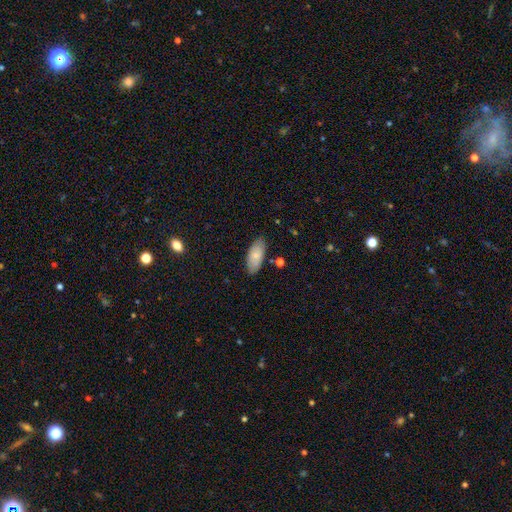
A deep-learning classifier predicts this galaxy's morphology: smooth_or_featured: smooth (p=0.79) [alt: featured or disk p=0.15]
how_rounded: in between (p=0.90) [alt: cigar-shaped p=0.08]
merging: none (p=0.83) [alt: minor disturbance p=0.13]